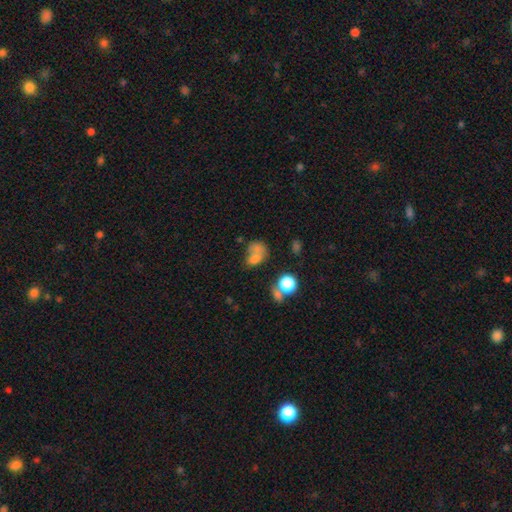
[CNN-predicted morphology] smooth 68%, featured or disk 17%, star or artifact 15%. Down the decision tree: how rounded — in between (59%); merging — merger (39%).